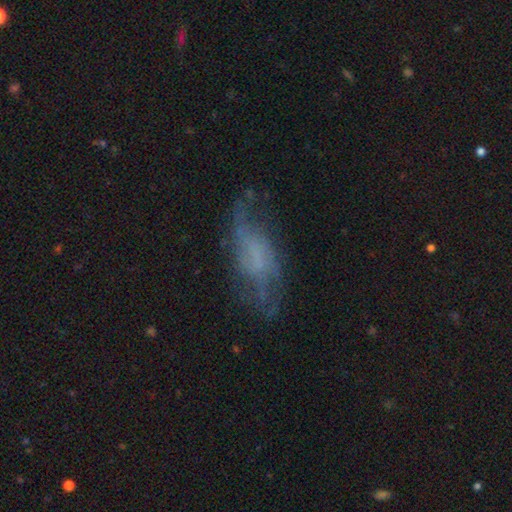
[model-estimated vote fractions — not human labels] Overall: featured or disk (59%; smooth 28%). Edge-on disk: no (88%). Bar: no (65%; weak 27%). Spiral arms: yes (68%; no 32%). Bulge size: none (66%). Merging: none (50%; minor disturbance 24%).